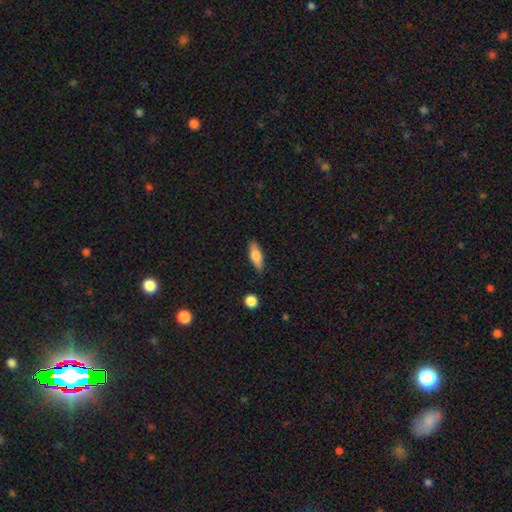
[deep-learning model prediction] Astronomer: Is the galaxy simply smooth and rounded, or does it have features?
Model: smooth — 66%.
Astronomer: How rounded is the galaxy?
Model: in between — 57% (runner-up: cigar-shaped, 40%).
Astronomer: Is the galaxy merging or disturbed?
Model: none — 84%.